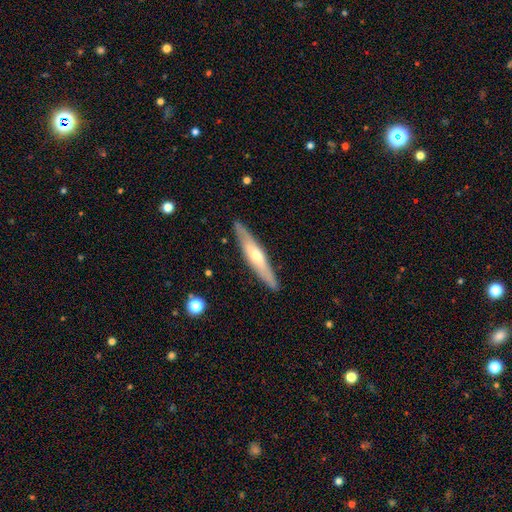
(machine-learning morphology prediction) This is possibly a featured or disk galaxy (59%). It is clearly viewed edge-on (88%). Edge-on bulge: clearly rounded (81%). Merging: clearly none (89%).